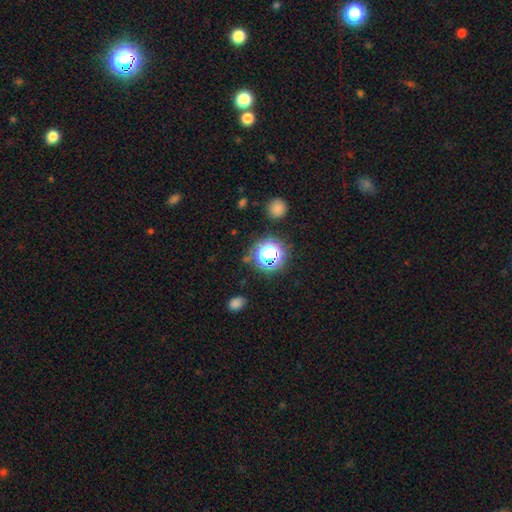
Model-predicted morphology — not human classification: Q: Smooth or featured?
A: star or artifact (65%); runner-up: smooth (28%)